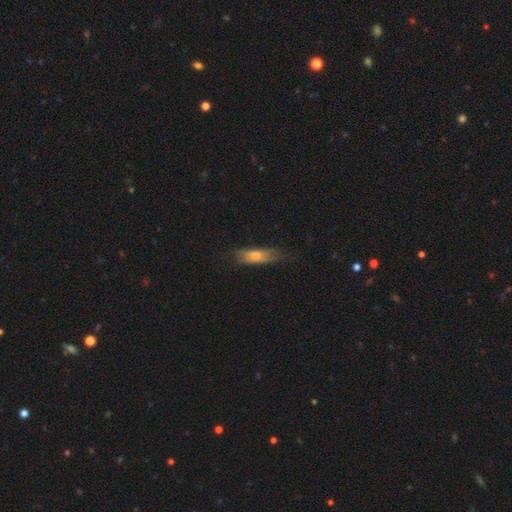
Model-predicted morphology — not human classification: Q: Smooth or featured?
A: smooth (65%); runner-up: featured or disk (27%)
Q: How rounded?
A: in between (51%); runner-up: cigar-shaped (46%)
Q: Merging?
A: none (55%); runner-up: minor disturbance (30%)